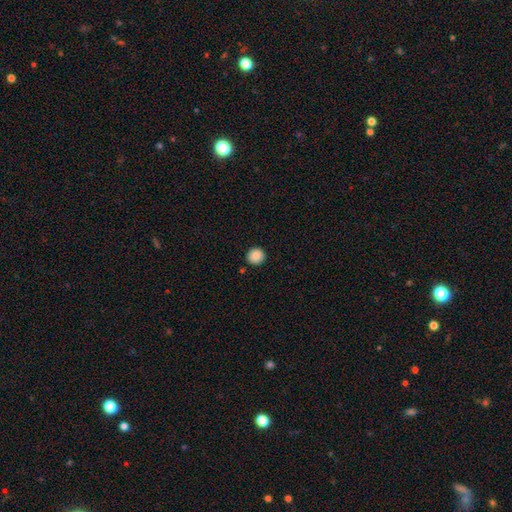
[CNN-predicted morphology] Q: Smooth or featured?
A: smooth (88%); runner-up: star or artifact (9%)
Q: How rounded?
A: round (94%); runner-up: in between (5%)
Q: Merging?
A: none (91%); runner-up: minor disturbance (6%)